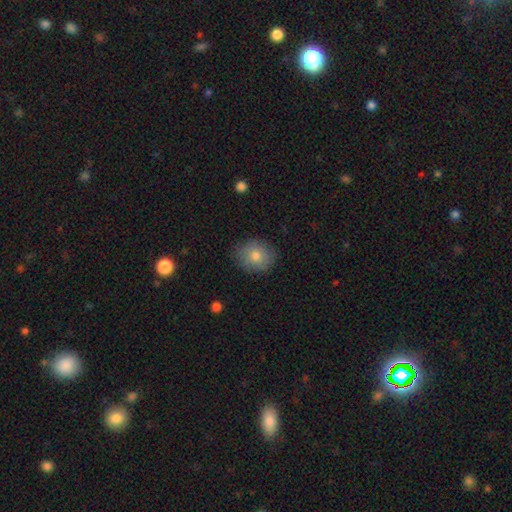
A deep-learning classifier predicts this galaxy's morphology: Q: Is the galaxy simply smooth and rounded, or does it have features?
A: smooth — 77%.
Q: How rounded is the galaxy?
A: round — 72%.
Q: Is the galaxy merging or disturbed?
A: none — 85%.